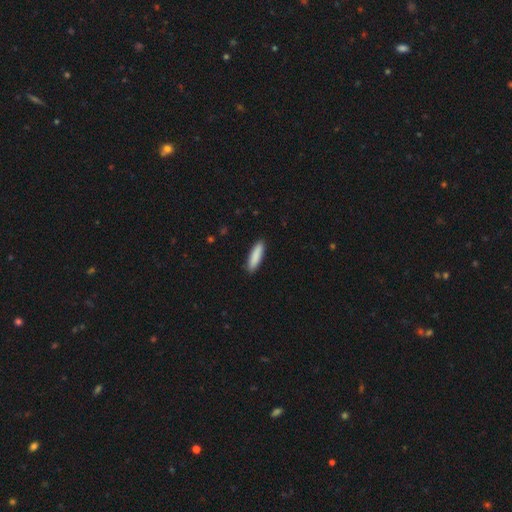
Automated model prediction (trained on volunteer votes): The model was most divided on "how rounded": cigar-shaped: 73%, in between: 26%, round: 1%. More confident: merging — none (90%); smooth or featured — smooth (88%).